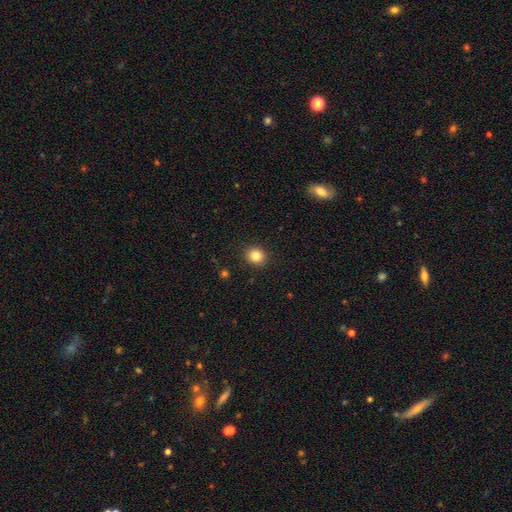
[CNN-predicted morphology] Smooth or featured? Predicted: smooth (p=0.83). How rounded? Predicted: round (p=0.82). Merging? Predicted: none (p=0.91).